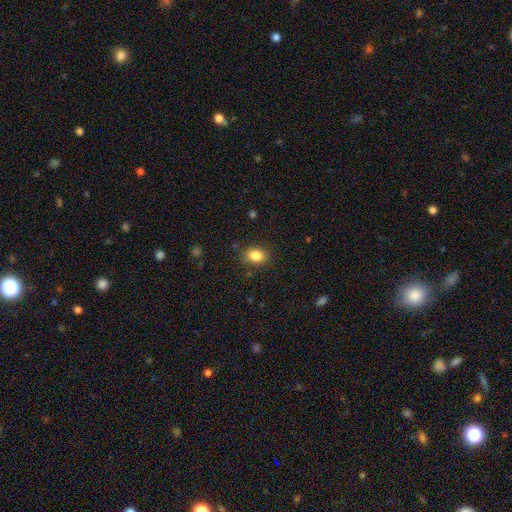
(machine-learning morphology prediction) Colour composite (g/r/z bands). It shows a smooth galaxy with no disk features (85%) that is in between round and cigar-shaped (73%). Merging: none (84%).